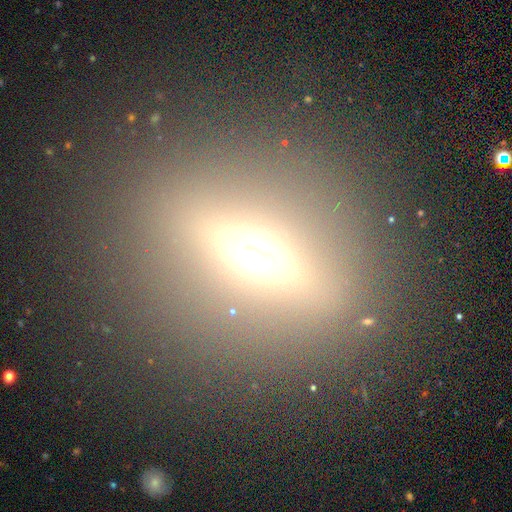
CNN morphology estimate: This is marginally a featured or disk galaxy (39%). Merging: clearly none (82%).